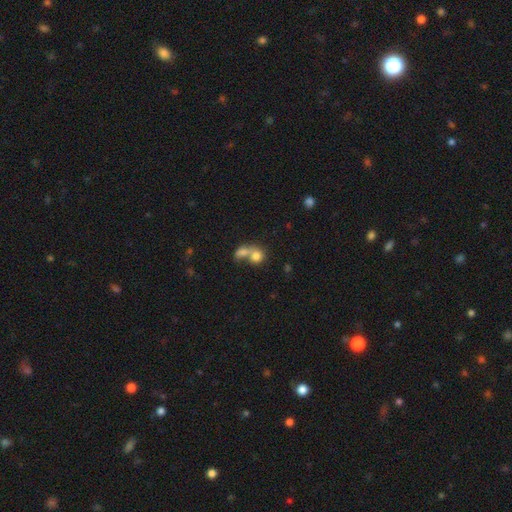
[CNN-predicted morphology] smooth-or-featured: smooth: 76% | featured or disk: 15% | star or artifact: 10%
  how-rounded: round: 61% | in between: 37% | cigar-shaped: 2%
  merging: merger: 67% | none: 21% | minor disturbance: 6% | major disturbance: 6%